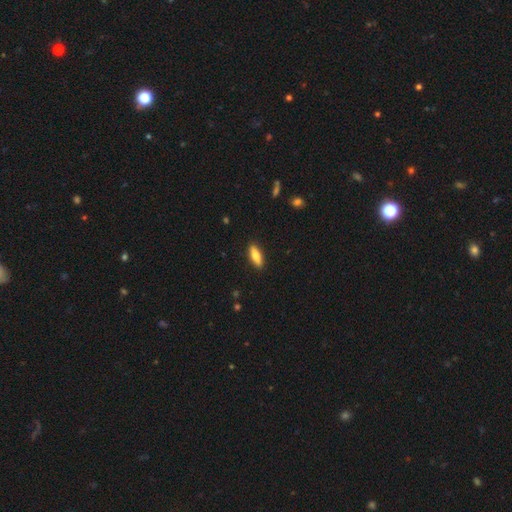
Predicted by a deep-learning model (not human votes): Q: Smooth or featured?
A: smooth (74%); runner-up: featured or disk (20%)
Q: How rounded?
A: in between (50%); runner-up: cigar-shaped (47%)
Q: Merging?
A: none (89%); runner-up: minor disturbance (8%)